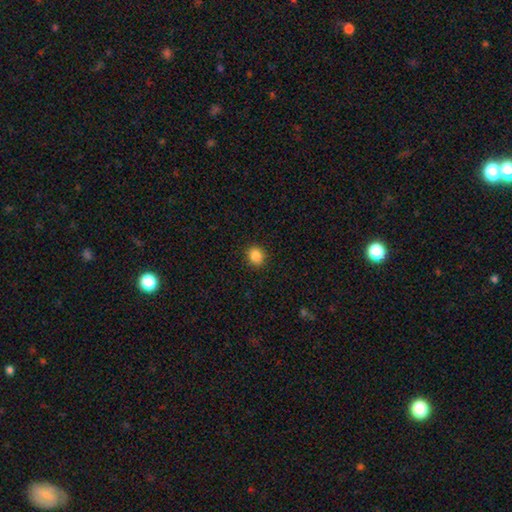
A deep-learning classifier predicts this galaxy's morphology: smooth_or_featured: smooth (p=0.86) [alt: star or artifact p=0.10]
how_rounded: round (p=0.78) [alt: in between p=0.21]
merging: none (p=0.91) [alt: minor disturbance p=0.06]